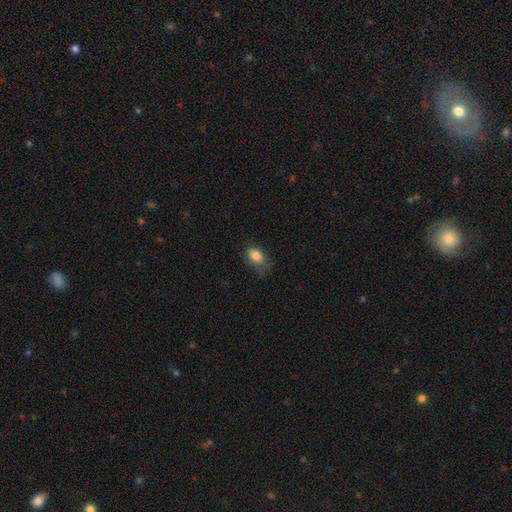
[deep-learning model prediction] A smooth galaxy with no disk features (84%) that is in between round and cigar-shaped (79%).

Vote fractions:
- Smooth or featured? smooth: 84% / star or artifact: 9% / featured or disk: 7%
- How rounded? in between: 79% / round: 20% / cigar-shaped: 1%
- Merging? none: 56% / minor disturbance: 30% / major disturbance: 13% / merger: 1%